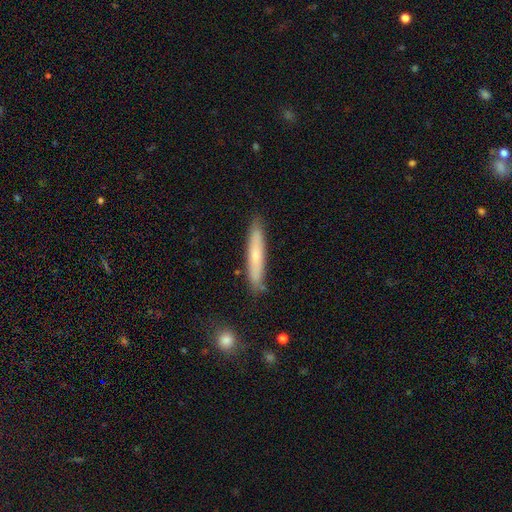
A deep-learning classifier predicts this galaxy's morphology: smooth_or_featured: smooth (p=0.60) [alt: featured or disk p=0.34]
how_rounded: cigar-shaped (p=0.93) [alt: in between p=0.06]
merging: none (p=0.85) [alt: minor disturbance p=0.11]